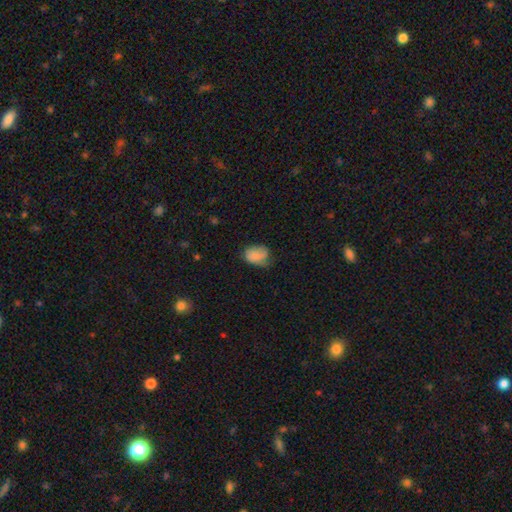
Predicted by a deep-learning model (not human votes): Morphology: type=smooth (75%); roundness=in between (72%); merging=none (43%).